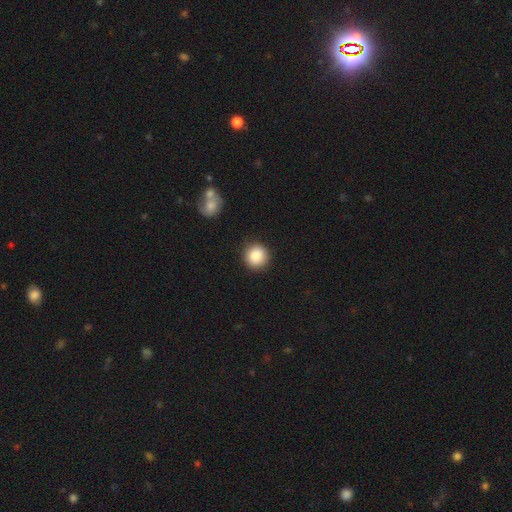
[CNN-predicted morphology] Smooth or featured: smooth — 88% (star or artifact — 8%)
How rounded: round — 92% (in between — 7%)
Merging: none — 89% (minor disturbance — 8%)